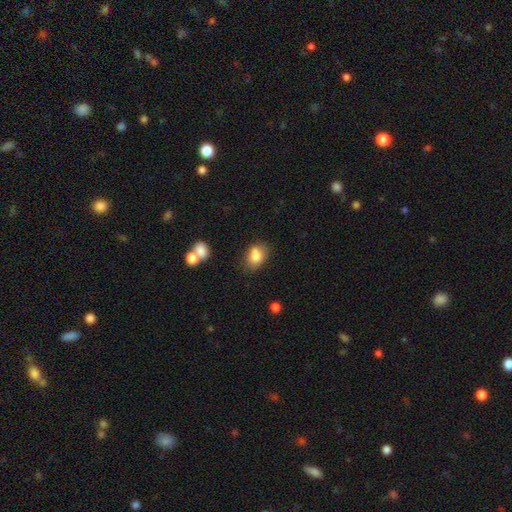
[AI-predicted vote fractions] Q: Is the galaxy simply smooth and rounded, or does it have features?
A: smooth — 80%.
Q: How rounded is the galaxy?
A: in between — 71%.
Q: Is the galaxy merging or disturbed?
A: none — 61%.